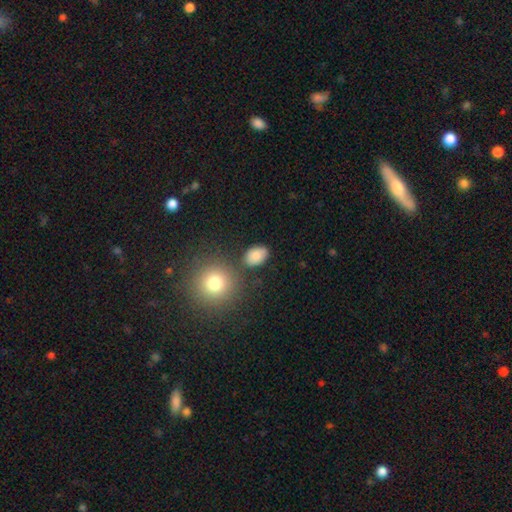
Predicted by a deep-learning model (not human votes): Smooth or featured? Predicted: smooth (p=0.84). How rounded? Predicted: in between (p=0.80). Merging? Predicted: none (p=0.78).